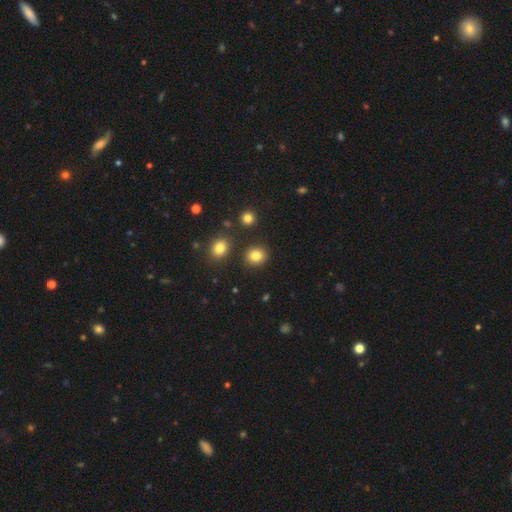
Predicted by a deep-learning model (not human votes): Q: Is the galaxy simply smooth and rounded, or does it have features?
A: smooth — 84%.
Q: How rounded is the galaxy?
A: round — 81%.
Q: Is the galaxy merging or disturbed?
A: none — 87%.